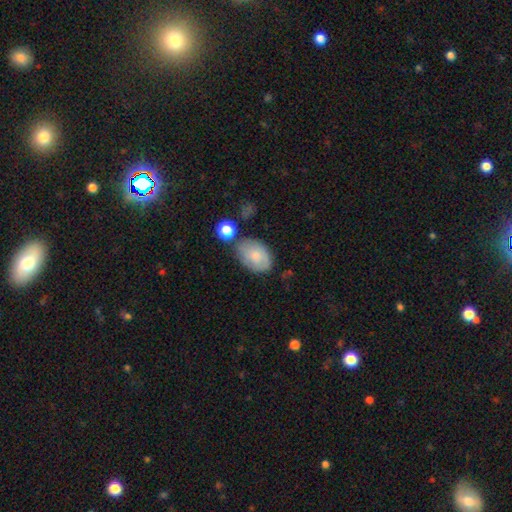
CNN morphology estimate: Smooth or featured?
  - smooth: 73% *
  - featured or disk: 20%
  - star or artifact: 7%
How rounded?
  - in between: 86% *
  - round: 13%
  - cigar-shaped: 1%
Merging?
  - none: 61% *
  - minor disturbance: 23%
  - merger: 10%
  - major disturbance: 6%